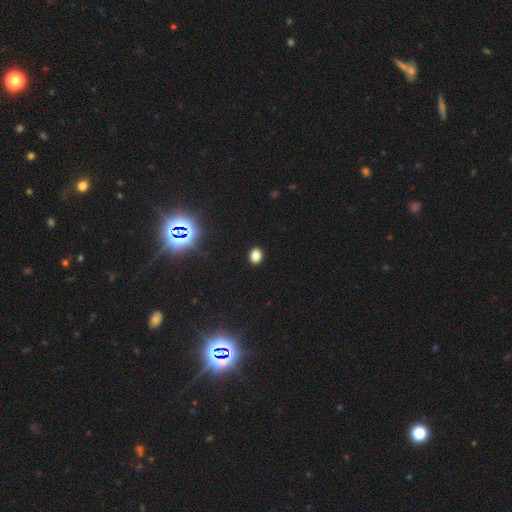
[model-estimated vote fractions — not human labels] Smooth or featured: smooth — 81% (star or artifact — 15%)
How rounded: in between — 69% (round — 30%)
Merging: none — 90% (minor disturbance — 7%)